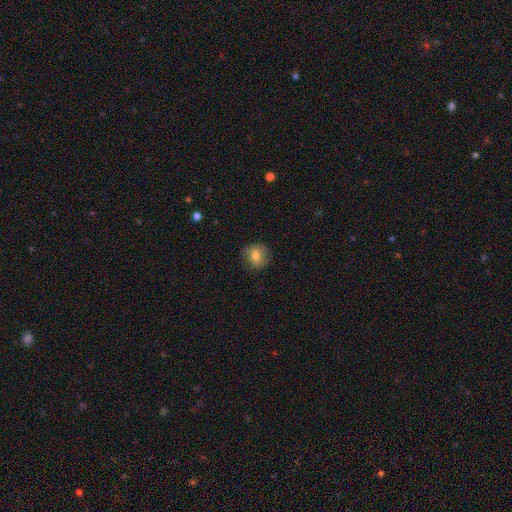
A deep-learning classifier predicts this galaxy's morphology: This is likely a smooth galaxy (72%). How rounded: clearly round (85%). Merging: clearly none (82%).